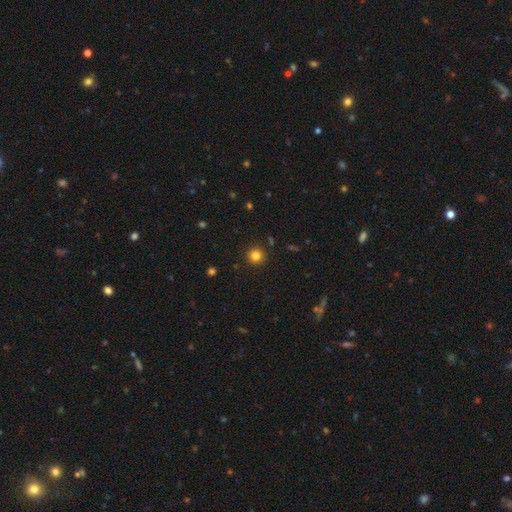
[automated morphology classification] This appears to be a smooth galaxy with no disk features (82%) that is round (95%). Merging: none (92%).